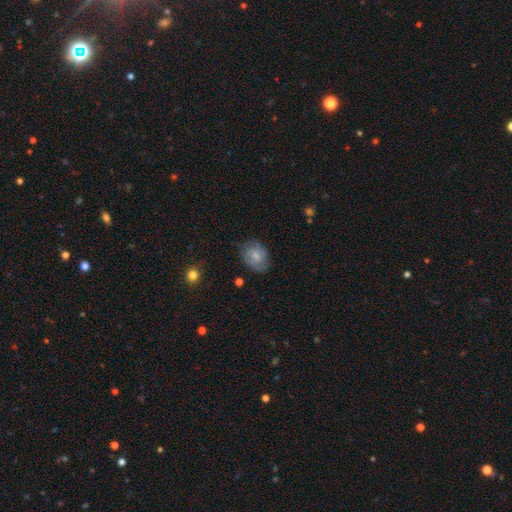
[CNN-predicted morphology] Smooth or featured?
  - smooth: 55% *
  - featured or disk: 37%
  - star or artifact: 8%
How rounded?
  - in between: 63% *
  - round: 36%
  - cigar-shaped: 1%
Merging?
  - none: 68% *
  - minor disturbance: 23%
  - major disturbance: 7%
  - merger: 1%